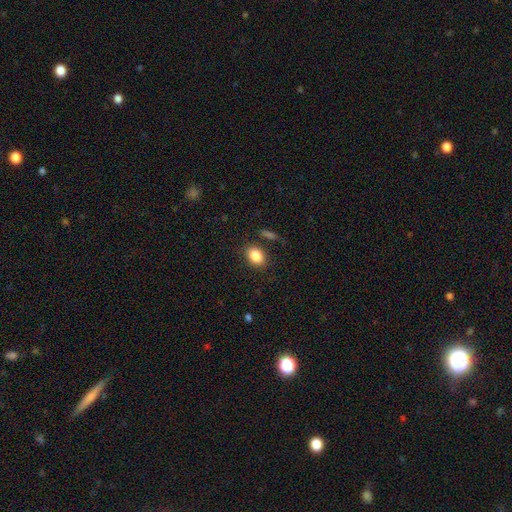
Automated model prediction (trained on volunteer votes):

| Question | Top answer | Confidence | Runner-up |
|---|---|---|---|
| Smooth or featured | smooth | 86% | star or artifact (8%) |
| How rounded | in between | 77% | round (21%) |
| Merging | none | 81% | minor disturbance (11%) |